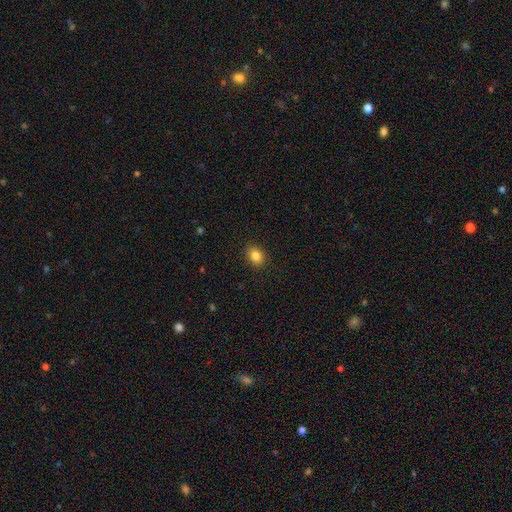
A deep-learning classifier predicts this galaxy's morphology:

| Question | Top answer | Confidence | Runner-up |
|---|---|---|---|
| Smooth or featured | smooth | 84% | star or artifact (10%) |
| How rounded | in between | 50% | round (49%) |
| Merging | none | 89% | minor disturbance (8%) |